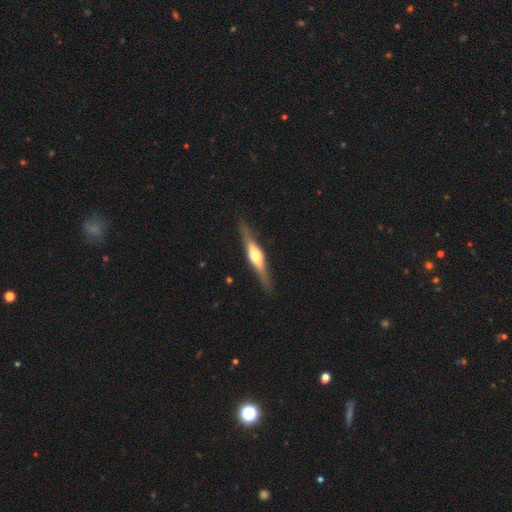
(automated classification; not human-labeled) Smooth or featured? featured or disk (71%)
Edge-on disk? yes (96%)
Edge-on bulge? rounded (87%)
Merging? none (88%)